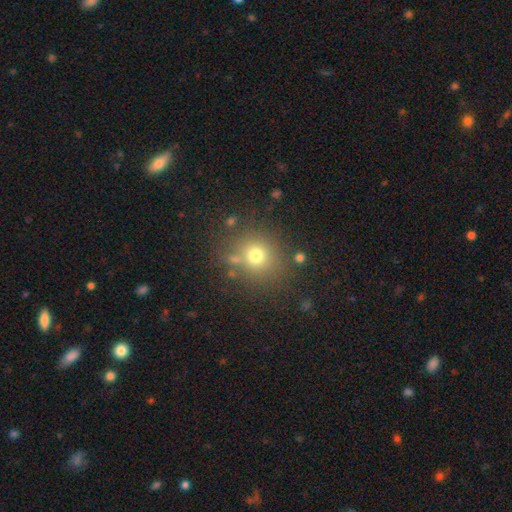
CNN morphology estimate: Smooth or featured: smooth — 71% (star or artifact — 18%)
How rounded: round — 83% (in between — 16%)
Merging: none — 77% (minor disturbance — 11%)